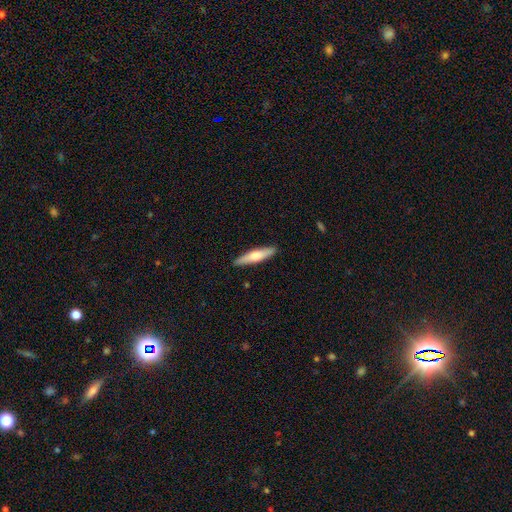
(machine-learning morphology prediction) A smooth galaxy with no disk features (62%) that is cigar-shaped (82%).

Vote fractions:
- Smooth or featured? smooth: 62% / featured or disk: 33% / star or artifact: 5%
- How rounded? cigar-shaped: 82% / in between: 16% / round: 2%
- Merging? none: 90% / minor disturbance: 8% / major disturbance: 2% / merger: 1%